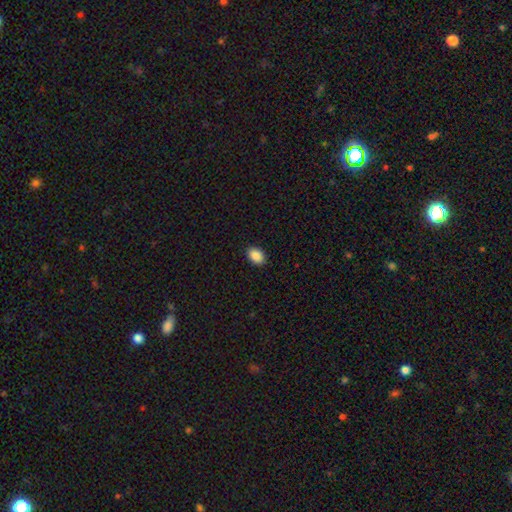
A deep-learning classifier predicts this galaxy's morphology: Smooth or featured?
  - smooth: 89% *
  - star or artifact: 8%
  - featured or disk: 3%
How rounded?
  - in between: 82% *
  - round: 17%
  - cigar-shaped: 1%
Merging?
  - none: 91% *
  - minor disturbance: 7%
  - major disturbance: 2%
  - merger: 1%